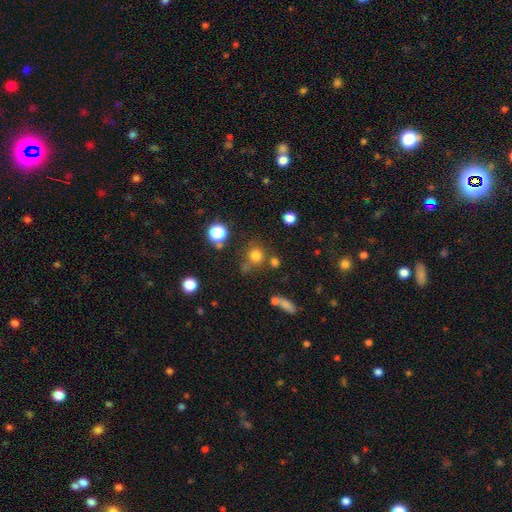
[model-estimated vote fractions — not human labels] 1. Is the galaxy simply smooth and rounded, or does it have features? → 75% smooth, 18% star or artifact, 7% featured or disk.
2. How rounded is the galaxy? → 90% round, 9% in between, 1% cigar-shaped.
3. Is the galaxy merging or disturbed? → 68% none, 15% merger, 12% minor disturbance, 6% major disturbance.